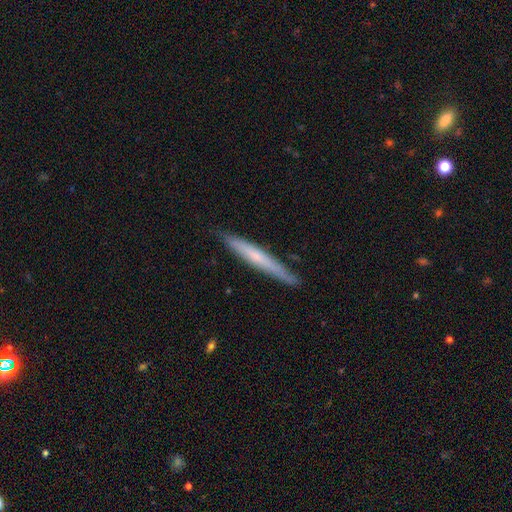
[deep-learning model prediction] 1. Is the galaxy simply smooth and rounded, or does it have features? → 49% smooth, 45% featured or disk, 6% star or artifact.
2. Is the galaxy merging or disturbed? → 86% none, 11% minor disturbance, 2% major disturbance, 1% merger.